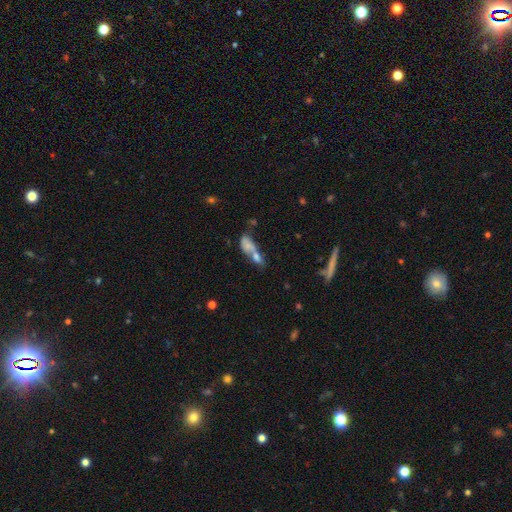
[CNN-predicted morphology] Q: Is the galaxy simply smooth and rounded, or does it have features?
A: smooth — 57%.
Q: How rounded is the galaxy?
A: in between — 58%.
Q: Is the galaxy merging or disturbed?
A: merger — 57%.